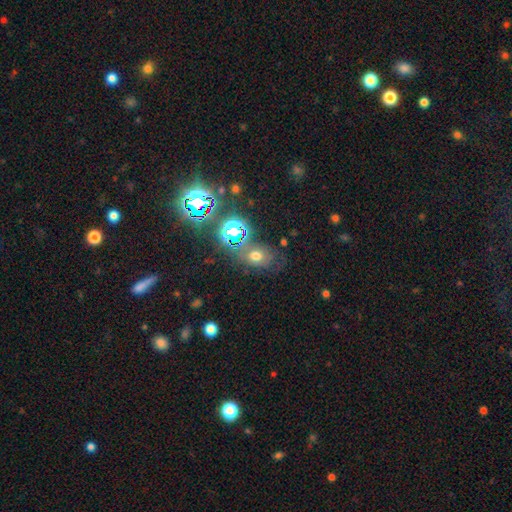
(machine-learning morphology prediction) Smooth or featured? Predicted: smooth (p=0.55). How rounded? Predicted: in between (p=0.65). Merging? Predicted: none (p=0.61).